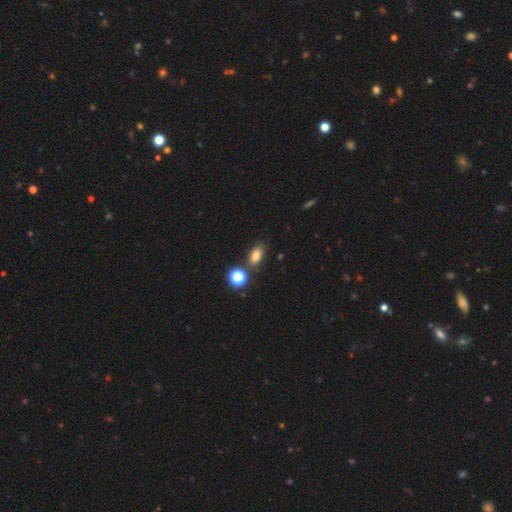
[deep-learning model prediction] A smooth galaxy with no disk features (79%) that is in between round and cigar-shaped (82%).

Vote fractions:
- Smooth or featured? smooth: 79% / star or artifact: 14% / featured or disk: 6%
- How rounded? in between: 82% / round: 14% / cigar-shaped: 3%
- Merging? none: 74% / minor disturbance: 12% / merger: 10% / major disturbance: 4%